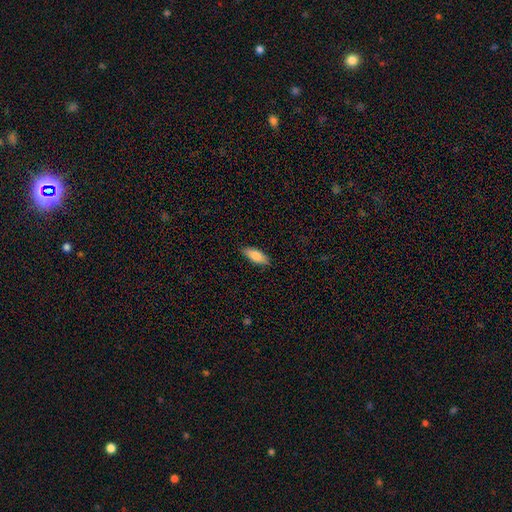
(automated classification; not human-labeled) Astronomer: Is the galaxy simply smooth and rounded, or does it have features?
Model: smooth — 82%.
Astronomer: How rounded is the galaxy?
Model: in between — 71%.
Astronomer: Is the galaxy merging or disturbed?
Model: none — 87%.